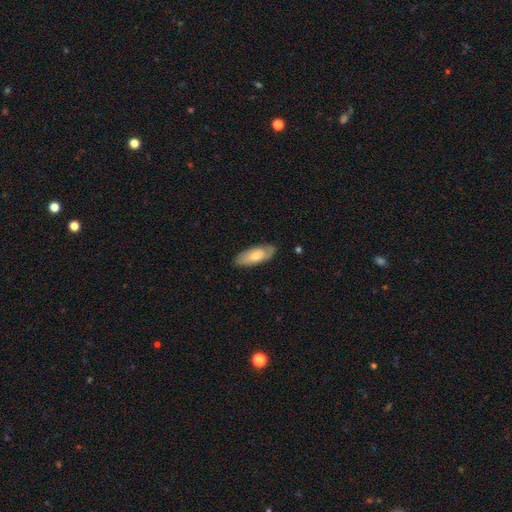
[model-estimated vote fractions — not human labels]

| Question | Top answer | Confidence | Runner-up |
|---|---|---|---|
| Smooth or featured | smooth | 62% | featured or disk (32%) |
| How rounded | in between | 80% | cigar-shaped (18%) |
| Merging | none | 77% | minor disturbance (18%) |